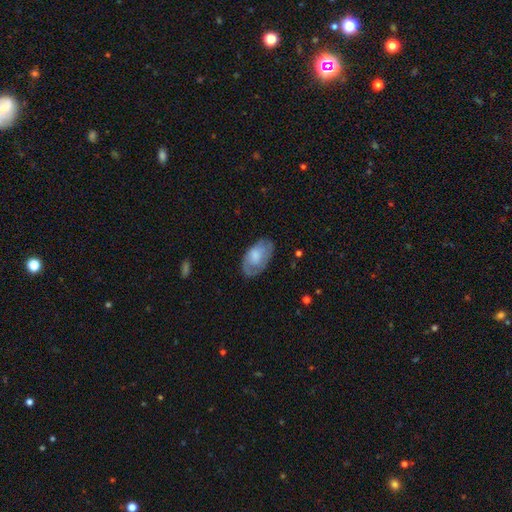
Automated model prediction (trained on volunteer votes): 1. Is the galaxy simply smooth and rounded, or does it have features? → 53% smooth, 40% featured or disk, 6% star or artifact.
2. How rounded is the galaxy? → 93% in between, 5% round, 2% cigar-shaped.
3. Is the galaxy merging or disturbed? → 65% none, 24% minor disturbance, 10% major disturbance, 1% merger.